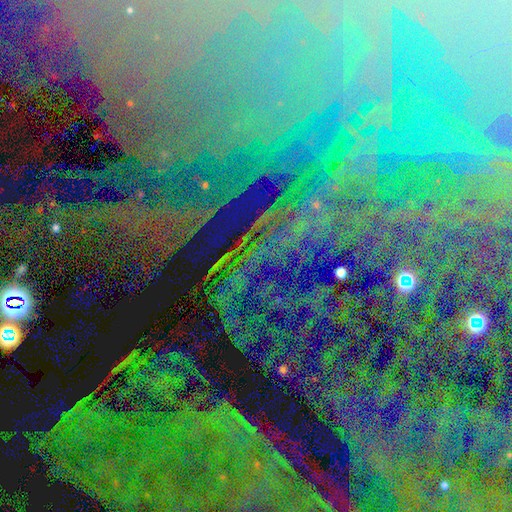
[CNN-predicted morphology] Q: Smooth or featured?
A: star or artifact (86%); runner-up: featured or disk (8%)